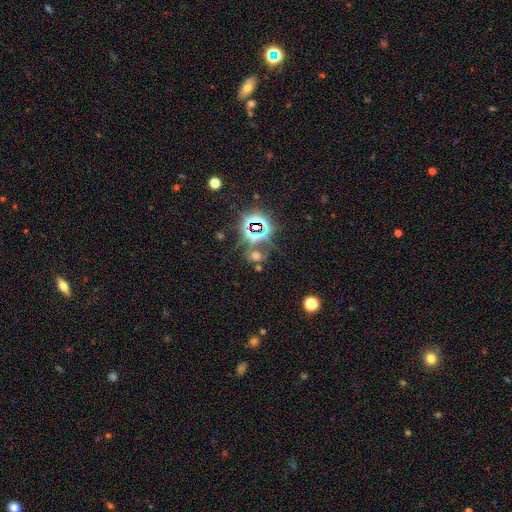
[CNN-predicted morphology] star or artifact 58%, smooth 33%, featured or disk 9%.